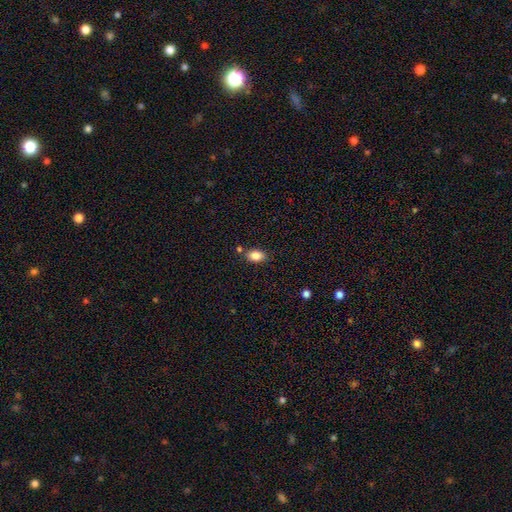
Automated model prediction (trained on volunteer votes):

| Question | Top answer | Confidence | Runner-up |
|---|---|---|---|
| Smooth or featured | smooth | 86% | star or artifact (9%) |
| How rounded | in between | 85% | round (13%) |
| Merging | none | 78% | minor disturbance (12%) |